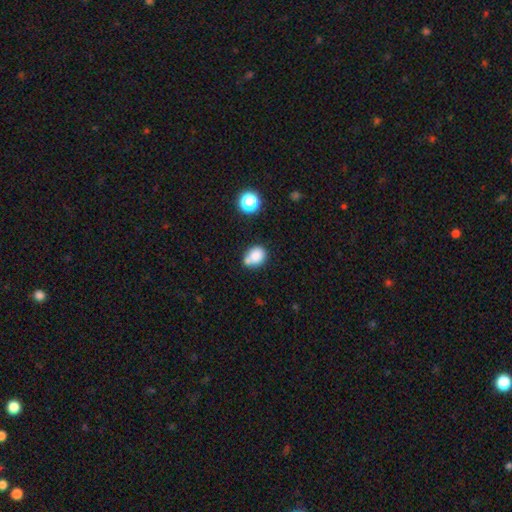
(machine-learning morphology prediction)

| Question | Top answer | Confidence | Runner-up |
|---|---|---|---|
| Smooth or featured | smooth | 80% | star or artifact (11%) |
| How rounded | round | 56% | in between (43%) |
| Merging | none | 52% | merger (25%) |